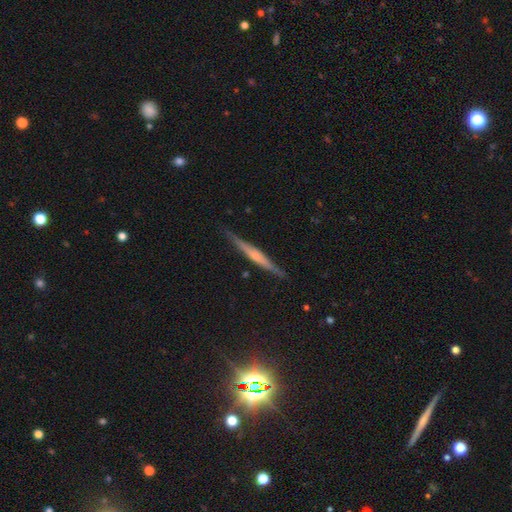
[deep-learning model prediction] Smooth or featured: featured or disk — 65% (smooth — 28%)
Edge-on disk: yes — 97% (no — 3%)
Edge-on bulge: rounded — 49% (none — 33%)
Merging: none — 88% (minor disturbance — 9%)